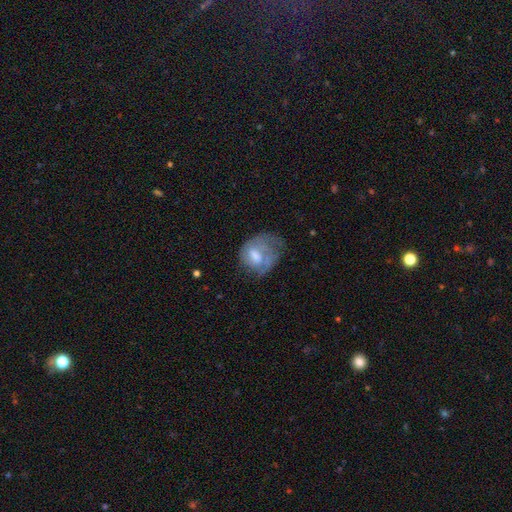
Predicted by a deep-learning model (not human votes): This appears to be a featured or disk galaxy (47%). Merging: major disturbance (38%).